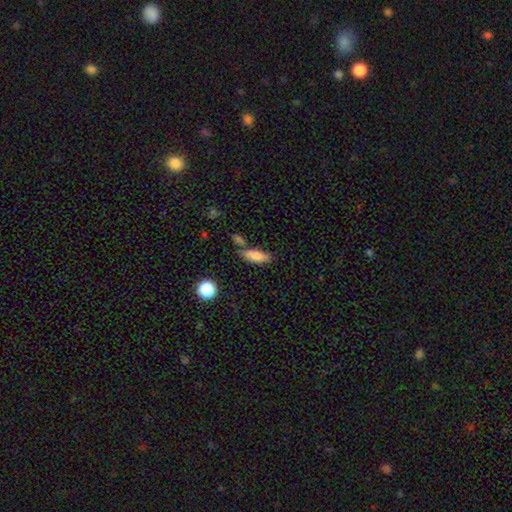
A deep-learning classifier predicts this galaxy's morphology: smooth 82%, featured or disk 9%, star or artifact 8%. Down the decision tree: how rounded — in between (59%); merging — none (67%).